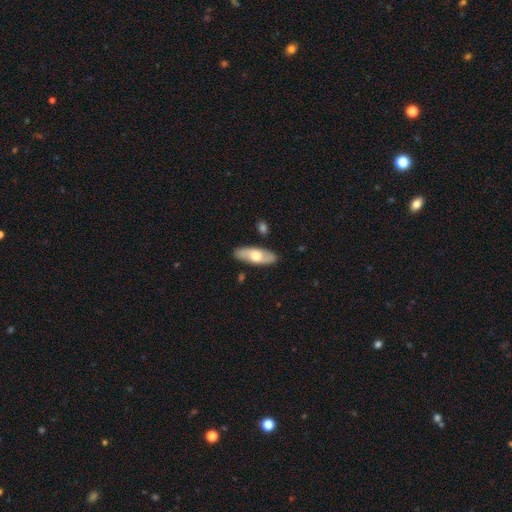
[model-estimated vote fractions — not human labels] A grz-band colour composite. It shows a smooth galaxy with no disk features (56%) that is in between round and cigar-shaped (70%). Merging: none (88%).